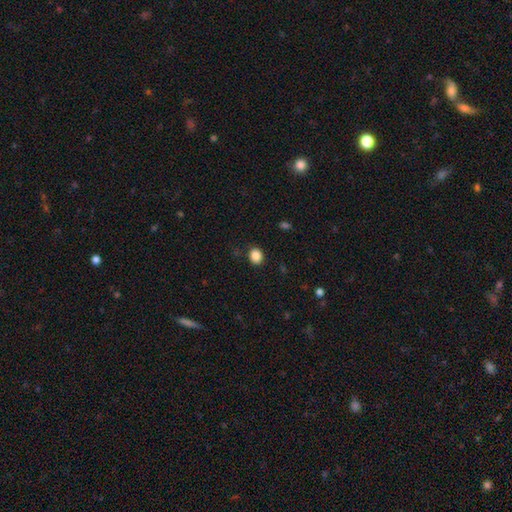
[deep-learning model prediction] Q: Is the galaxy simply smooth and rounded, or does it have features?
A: smooth — 86%.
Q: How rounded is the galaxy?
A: round — 64%.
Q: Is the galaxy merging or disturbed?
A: none — 88%.